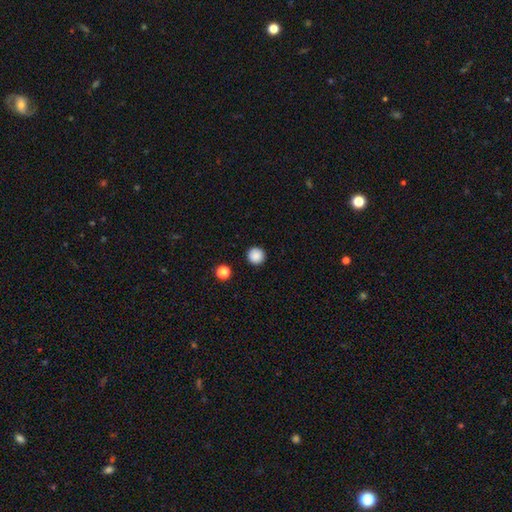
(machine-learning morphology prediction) smooth 88%, star or artifact 10%, featured or disk 3%. Down the decision tree: how rounded — round (96%); merging — none (93%).